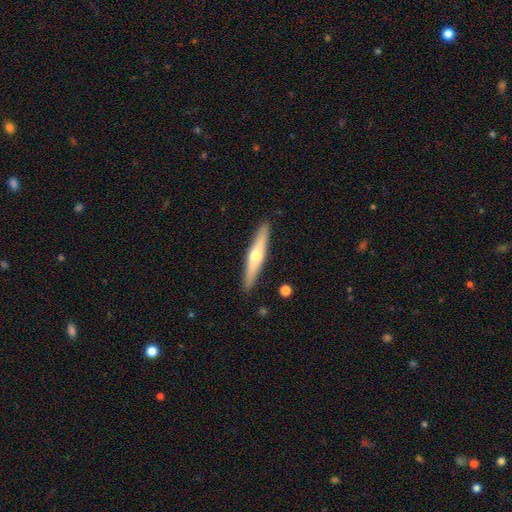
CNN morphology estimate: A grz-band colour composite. It shows a featured or disk galaxy (55%) viewed edge-on (95%) with a rounded central bulge (90%). Merging: none (91%).